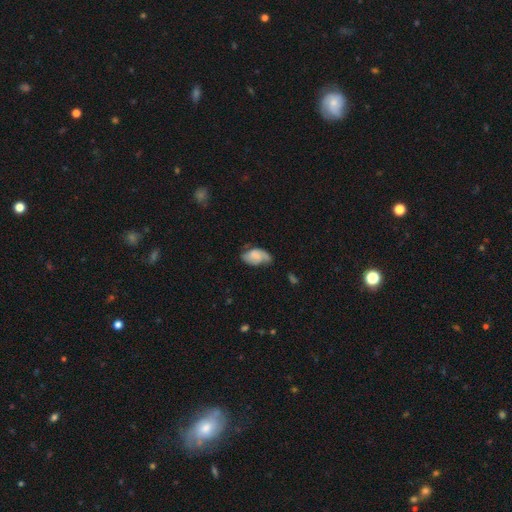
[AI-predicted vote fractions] Morphology: type=smooth (54%); roundness=in between (91%); merging=none (41%).